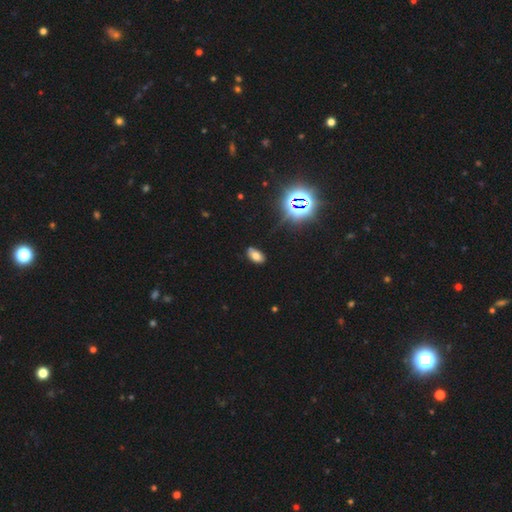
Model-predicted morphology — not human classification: Smooth or featured: smooth — 70% (star or artifact — 19%)
How rounded: in between — 92% (round — 5%)
Merging: none — 82% (minor disturbance — 14%)